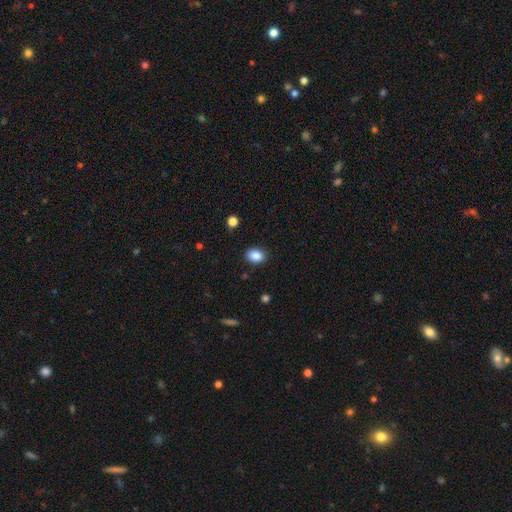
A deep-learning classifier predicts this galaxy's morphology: Smooth or featured? Predicted: smooth (p=0.88). How rounded? Predicted: in between (p=0.72). Merging? Predicted: none (p=0.87).